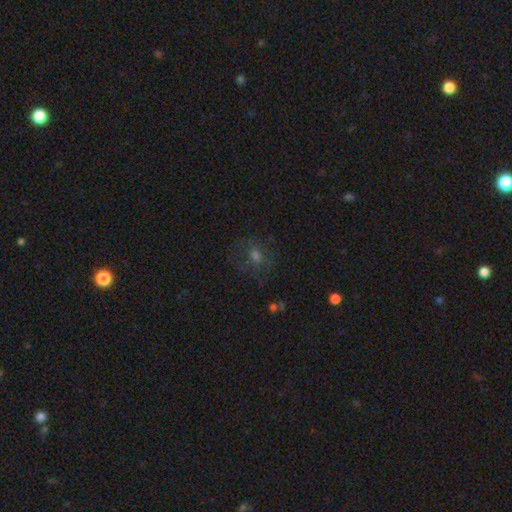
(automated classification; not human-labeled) A smooth galaxy with no disk features (46%).

Vote fractions:
- Smooth or featured? smooth: 46% / star or artifact: 28% / featured or disk: 26%
- Merging? none: 70% / minor disturbance: 16% / major disturbance: 12% / merger: 2%